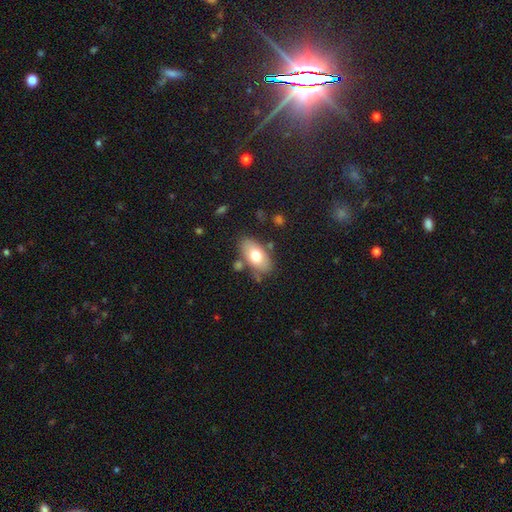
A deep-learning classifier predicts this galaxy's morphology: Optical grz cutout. It shows a smooth galaxy with no disk features (71%) that is in between round and cigar-shaped (92%). Merging: none (74%).